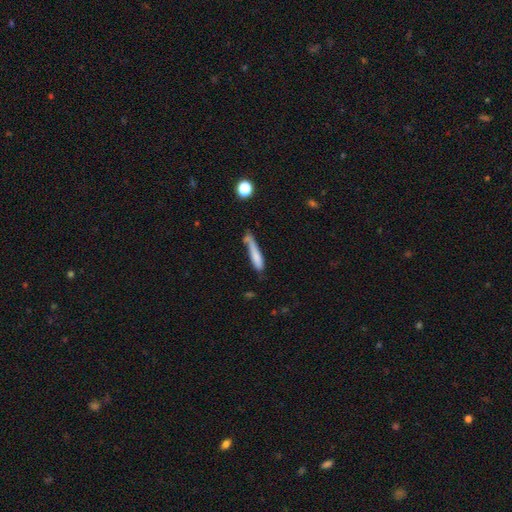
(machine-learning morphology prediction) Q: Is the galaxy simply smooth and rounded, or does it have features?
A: smooth — 74%.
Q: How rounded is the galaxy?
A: cigar-shaped — 88%.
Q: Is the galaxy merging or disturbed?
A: none — 47%.